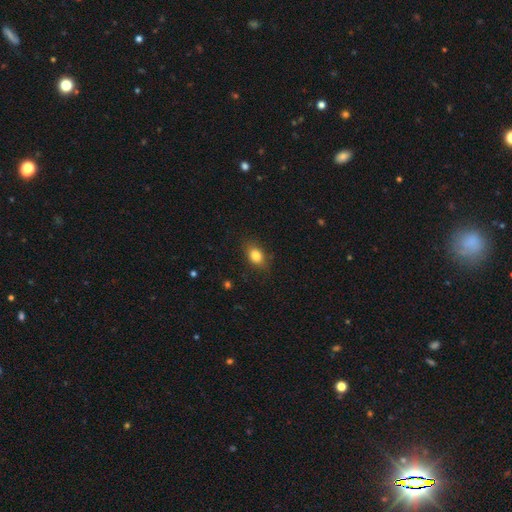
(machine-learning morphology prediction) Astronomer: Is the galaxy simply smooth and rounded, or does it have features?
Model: smooth — 84%.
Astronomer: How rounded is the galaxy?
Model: in between — 76%.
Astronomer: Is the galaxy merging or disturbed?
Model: none — 79%.